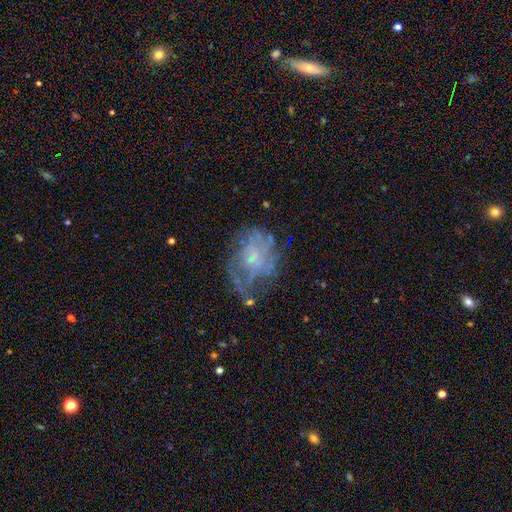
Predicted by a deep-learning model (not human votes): Q: Smooth or featured?
A: featured or disk (57%); runner-up: smooth (26%)
Q: Edge-on disk?
A: no (97%); runner-up: yes (3%)
Q: Bar?
A: no (79%); runner-up: weak (18%)
Q: Spiral arms?
A: yes (54%); runner-up: no (46%)
Q: Bulge size?
A: small (44%); runner-up: moderate (27%)
Q: Merging?
A: none (50%); runner-up: minor disturbance (23%)